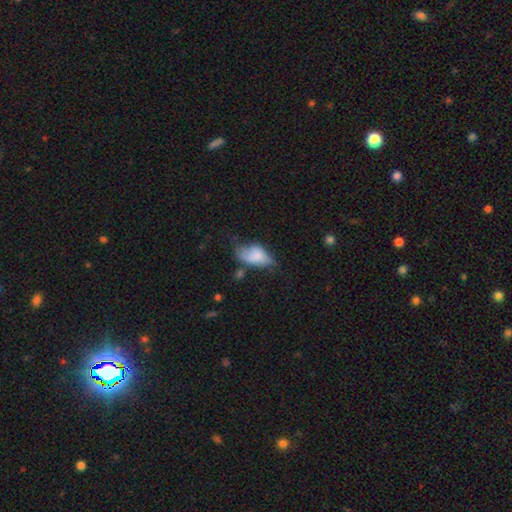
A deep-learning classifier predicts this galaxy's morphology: Smooth or featured: smooth — 69% (featured or disk — 23%)
How rounded: in between — 90% (round — 6%)
Merging: minor disturbance — 38% (none — 32%)